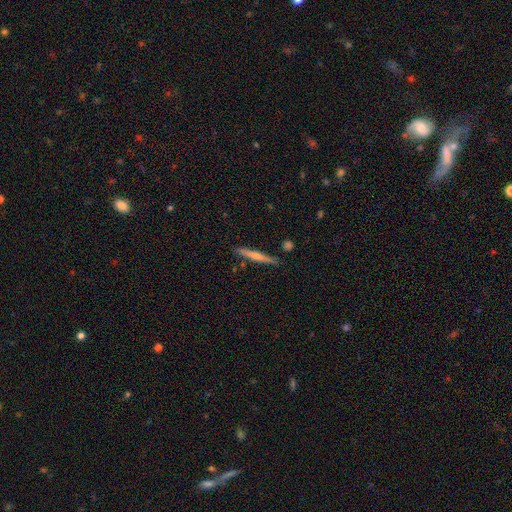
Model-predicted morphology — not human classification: Q: Smooth or featured?
A: featured or disk (61%); runner-up: smooth (33%)
Q: Edge-on disk?
A: yes (97%); runner-up: no (3%)
Q: Edge-on bulge?
A: rounded (72%); runner-up: none (22%)
Q: Merging?
A: none (89%); runner-up: minor disturbance (8%)